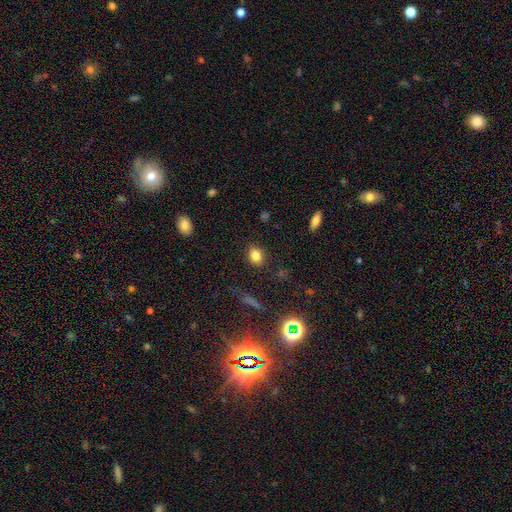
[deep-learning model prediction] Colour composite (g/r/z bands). It shows a smooth galaxy with no disk features (82%) that is in between round and cigar-shaped (51%). Merging: none (87%).